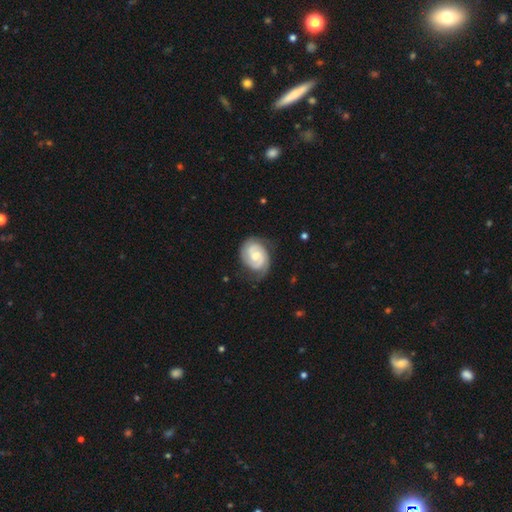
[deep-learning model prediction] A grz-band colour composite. It shows a featured or disk galaxy (83%) with a weak bar (46%), 2 (81%) tight (58%) spiral arms (97%) and a moderate central bulge (55%). Merging: none (73%).